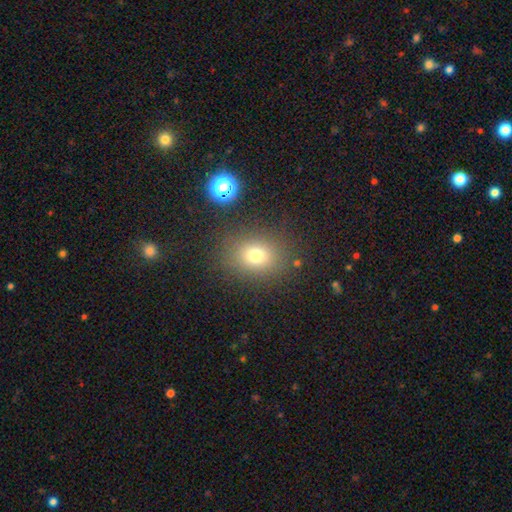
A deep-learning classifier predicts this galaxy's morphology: smooth-or-featured: smooth: 74% | star or artifact: 16% | featured or disk: 10%
  how-rounded: round: 53% | in between: 46% | cigar-shaped: 1%
  merging: none: 82% | minor disturbance: 10% | major disturbance: 5% | merger: 3%